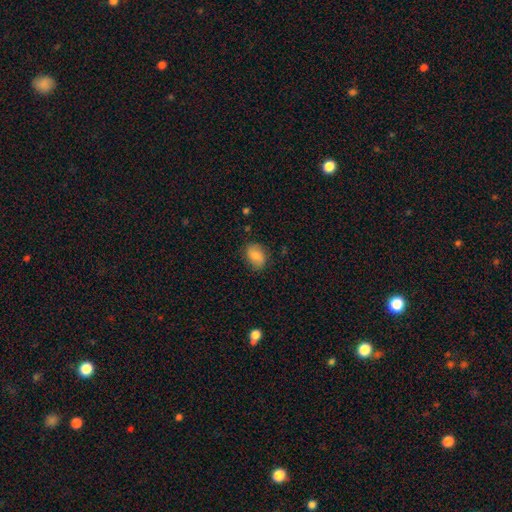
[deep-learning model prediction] smooth_or_featured: smooth (p=0.82) [alt: featured or disk p=0.10]
how_rounded: in between (p=0.74) [alt: round p=0.25]
merging: none (p=0.79) [alt: minor disturbance p=0.16]